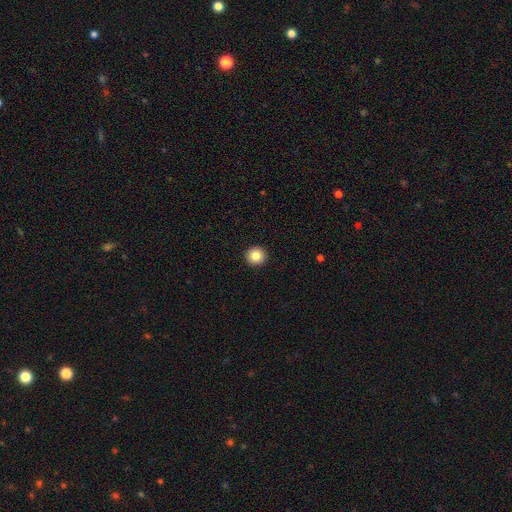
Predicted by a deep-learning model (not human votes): Q: Smooth or featured?
A: smooth (85%); runner-up: star or artifact (10%)
Q: How rounded?
A: round (95%); runner-up: in between (4%)
Q: Merging?
A: none (94%); runner-up: minor disturbance (4%)